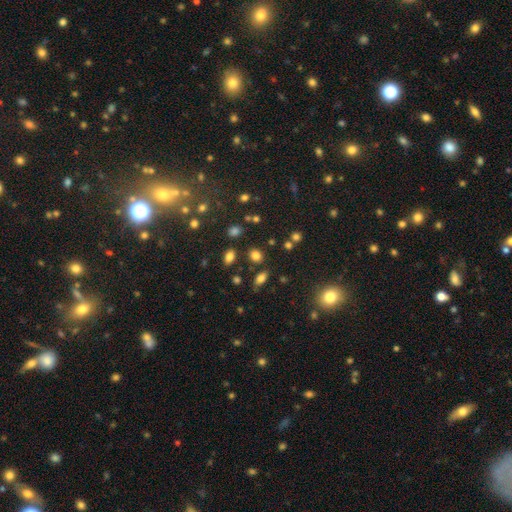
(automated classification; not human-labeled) Smooth or featured? smooth (78%)
How rounded? in between (65%)
Merging? none (81%)